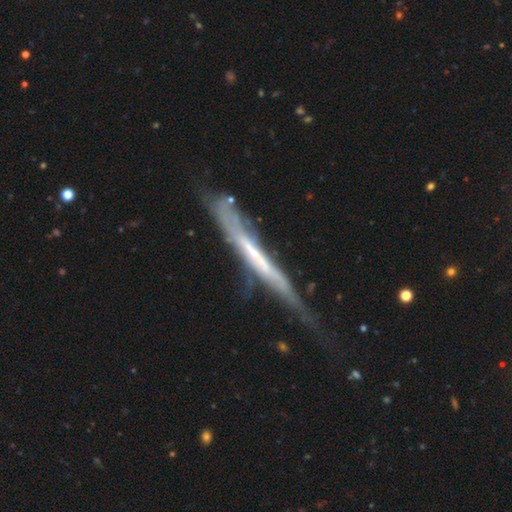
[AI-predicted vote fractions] This appears to be a featured or disk galaxy (70%) viewed edge-on (81%) with no central bulge (73%). Merging: none (45%).